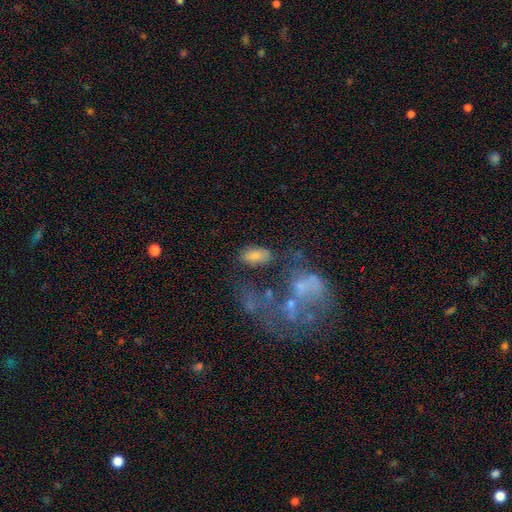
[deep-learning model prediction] Smooth or featured? Predicted: smooth (p=0.75). How rounded? Predicted: in between (p=0.91). Merging? Predicted: none (p=0.67).